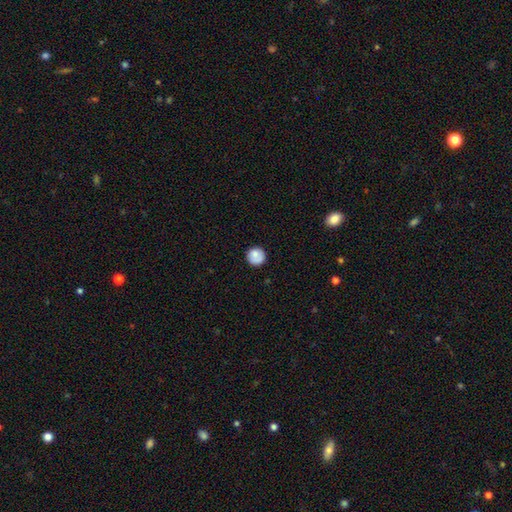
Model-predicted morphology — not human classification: Smooth or featured?
  - smooth: 79% *
  - featured or disk: 14%
  - star or artifact: 8%
How rounded?
  - round: 93% *
  - in between: 6%
  - cigar-shaped: 1%
Merging?
  - none: 82% *
  - minor disturbance: 13%
  - major disturbance: 4%
  - merger: 2%